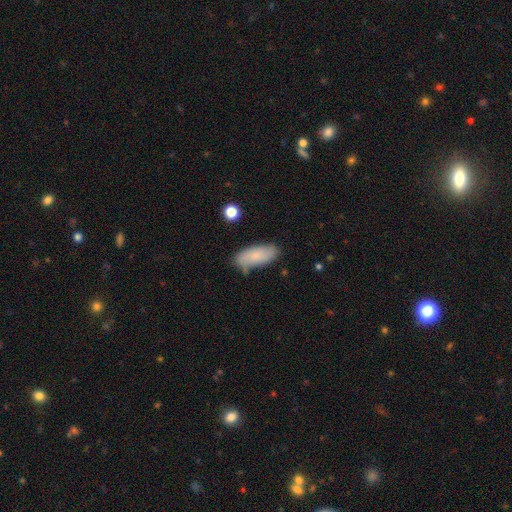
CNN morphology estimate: Smooth or featured: smooth — 79% (featured or disk — 14%)
How rounded: in between — 81% (cigar-shaped — 17%)
Merging: none — 71% (minor disturbance — 20%)